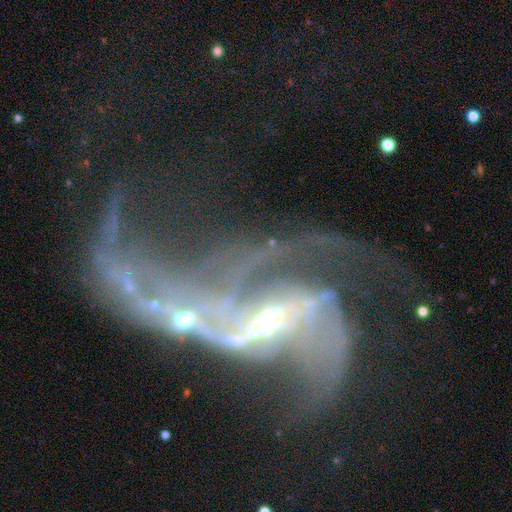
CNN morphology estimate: type=featured or disk (86%); edge-on=no (97%); bar=no (39%); spiral arms=yes (90%); winding=loose (64%); arm count=2 (46%); bulge=small (60%); merging=major disturbance (42%).